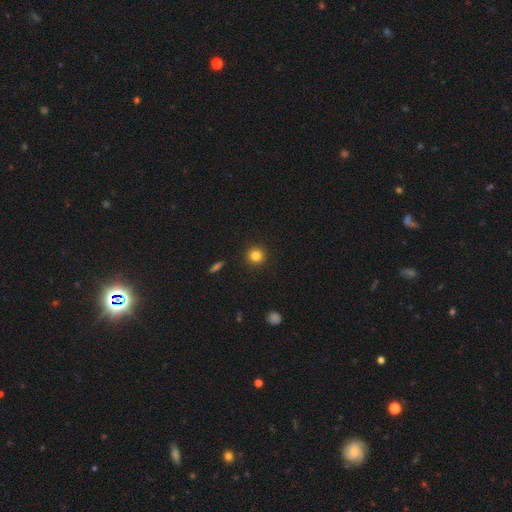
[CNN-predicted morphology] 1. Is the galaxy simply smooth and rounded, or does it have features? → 83% smooth, 12% star or artifact, 6% featured or disk.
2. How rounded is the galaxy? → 93% round, 6% in between, 1% cigar-shaped.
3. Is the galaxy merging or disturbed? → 92% none, 5% minor disturbance, 2% major disturbance, 1% merger.